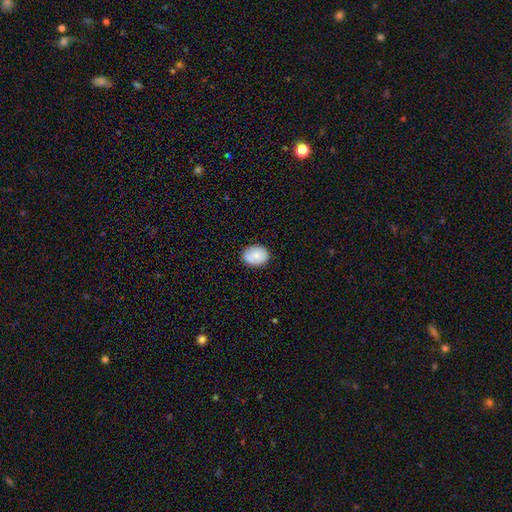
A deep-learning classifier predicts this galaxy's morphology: smooth-or-featured: smooth: 77% | featured or disk: 16% | star or artifact: 7%
  how-rounded: in between: 61% | round: 38% | cigar-shaped: 1%
  merging: none: 84% | minor disturbance: 12% | major disturbance: 2% | merger: 1%